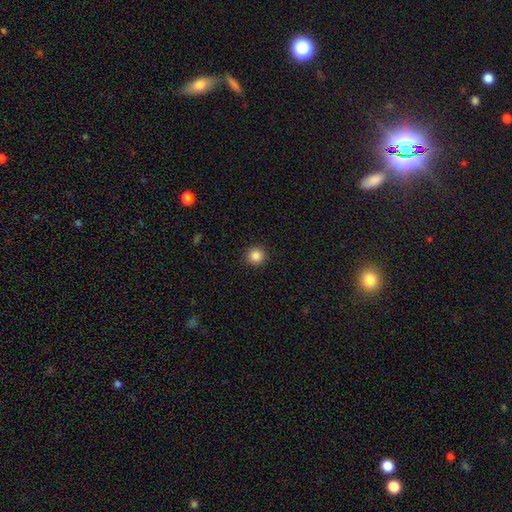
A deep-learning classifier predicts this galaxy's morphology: smooth_or_featured: smooth (p=0.86) [alt: star or artifact p=0.11]
how_rounded: round (p=0.94) [alt: in between p=0.05]
merging: none (p=0.92) [alt: minor disturbance p=0.05]